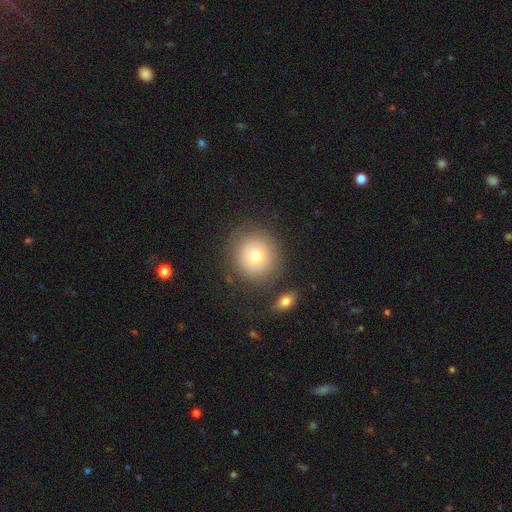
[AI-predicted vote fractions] This appears to be a smooth galaxy with no disk features (71%) that is round (90%). Merging: none (79%).